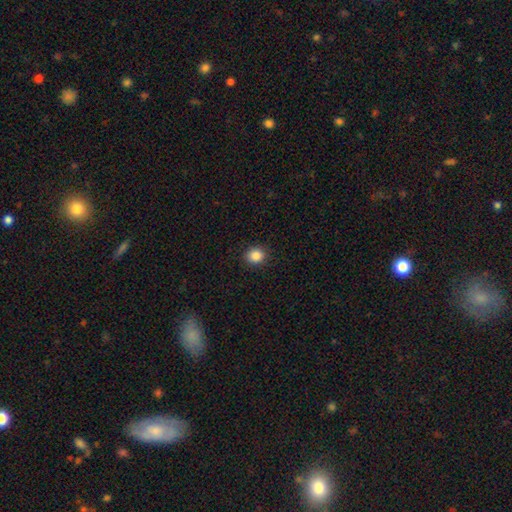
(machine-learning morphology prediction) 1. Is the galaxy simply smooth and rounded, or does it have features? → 87% smooth, 10% star or artifact, 3% featured or disk.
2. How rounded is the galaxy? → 80% round, 19% in between, 1% cigar-shaped.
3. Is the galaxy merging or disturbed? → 90% none, 7% minor disturbance, 2% major disturbance, 1% merger.